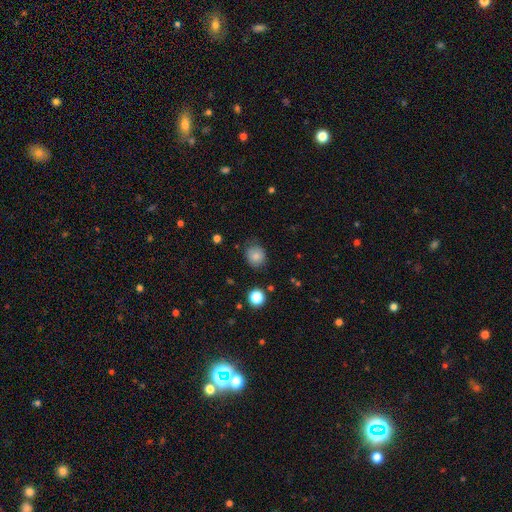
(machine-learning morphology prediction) smooth 82%, star or artifact 11%, featured or disk 7%. Down the decision tree: how rounded — round (81%); merging — none (79%).